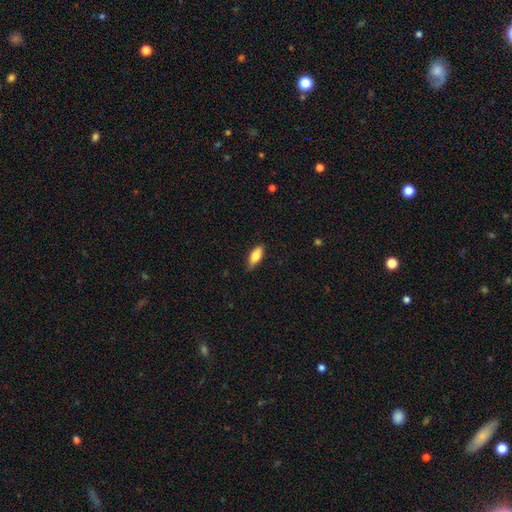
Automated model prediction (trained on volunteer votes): smooth 78%, featured or disk 16%, star or artifact 6%. Down the decision tree: how rounded — in between (74%); merging — none (81%).